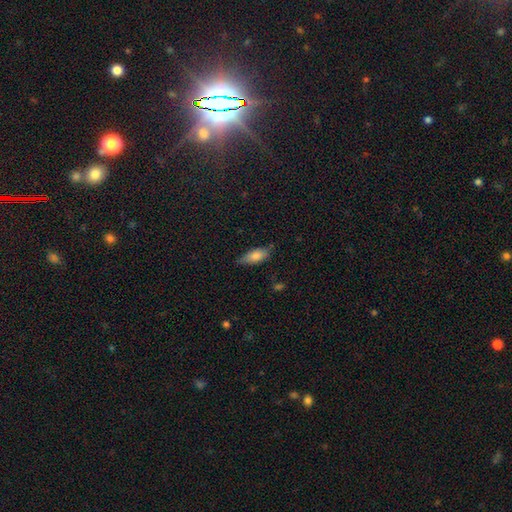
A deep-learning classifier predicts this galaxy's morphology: This appears to be a smooth galaxy with no disk features (79%) that is in between round and cigar-shaped (73%). Merging: none (67%).